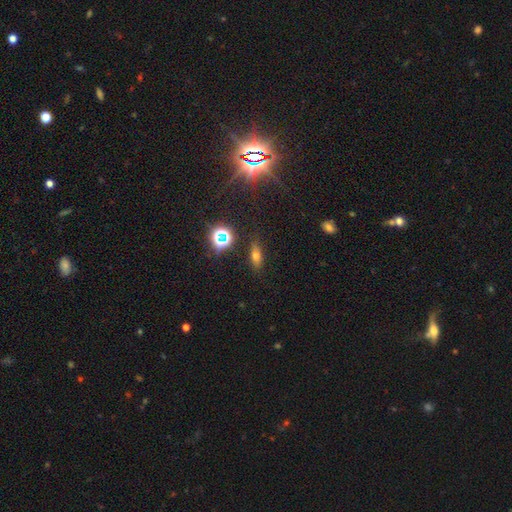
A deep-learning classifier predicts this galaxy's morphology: smooth-or-featured: smooth: 58% | star or artifact: 25% | featured or disk: 17%
  how-rounded: in between: 63% | cigar-shaped: 27% | round: 10%
  merging: none: 84% | minor disturbance: 11% | major disturbance: 3% | merger: 2%